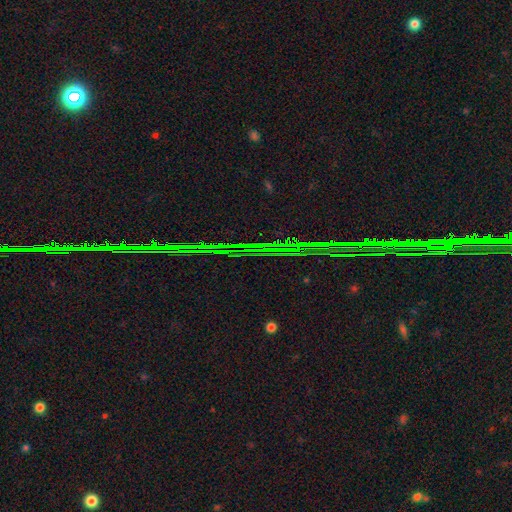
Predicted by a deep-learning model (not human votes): smooth-or-featured: star or artifact: 84% | featured or disk: 8% | smooth: 8%